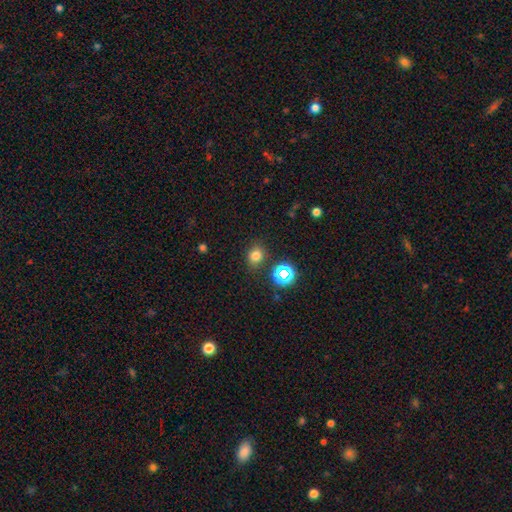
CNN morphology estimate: Smooth or featured? Predicted: smooth (p=0.75). How rounded? Predicted: round (p=0.62). Merging? Predicted: none (p=0.82).